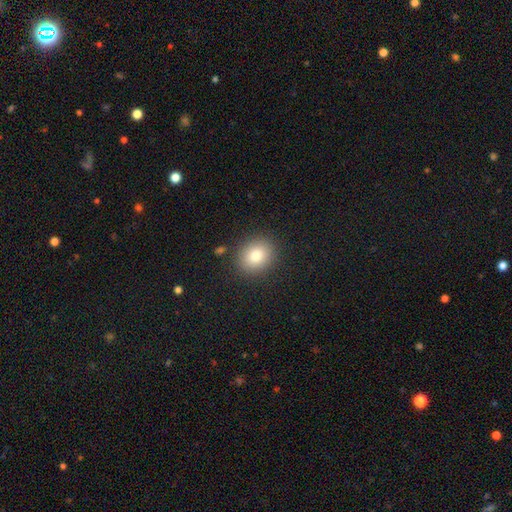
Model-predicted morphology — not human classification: The model was most divided on "how rounded": round: 63%, in between: 36%, cigar-shaped: 1%. More confident: merging — none (88%); smooth or featured — smooth (83%).